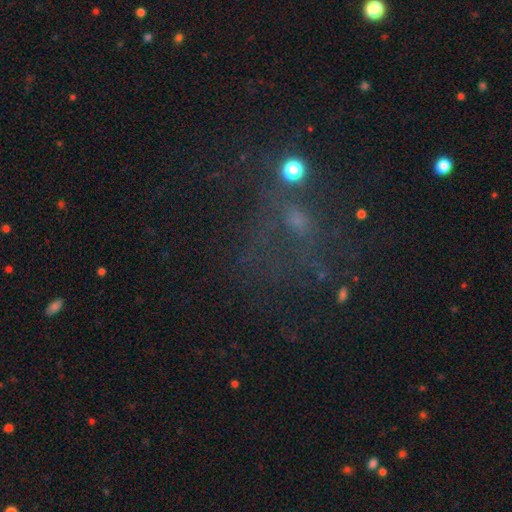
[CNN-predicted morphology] This appears to be a star or artifact, not a galaxy (46%).